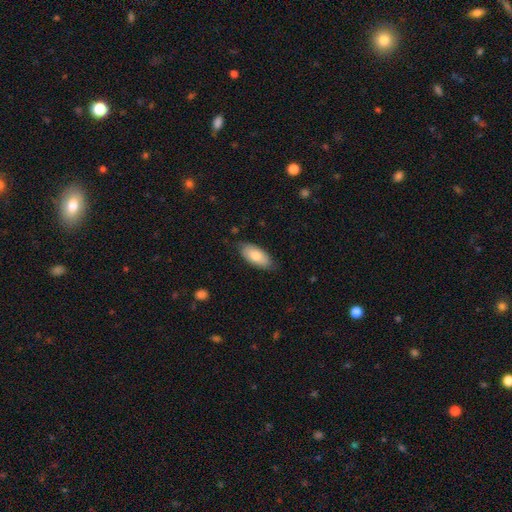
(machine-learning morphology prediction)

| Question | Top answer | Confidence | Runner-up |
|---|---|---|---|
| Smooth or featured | smooth | 79% | featured or disk (15%) |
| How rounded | in between | 91% | cigar-shaped (7%) |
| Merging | none | 78% | minor disturbance (18%) |